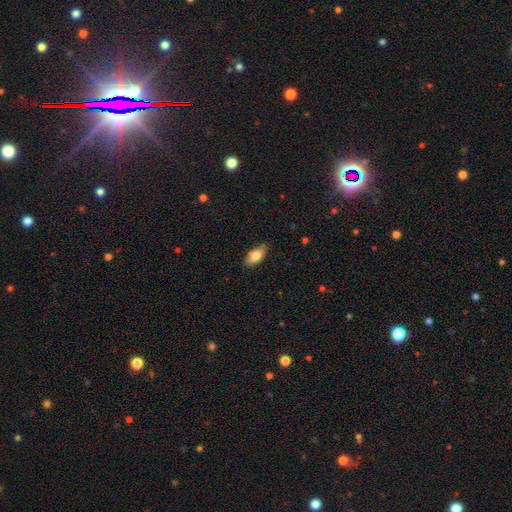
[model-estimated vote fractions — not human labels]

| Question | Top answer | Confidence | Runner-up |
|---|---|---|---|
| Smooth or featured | smooth | 79% | featured or disk (14%) |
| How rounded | in between | 88% | cigar-shaped (9%) |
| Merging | none | 78% | minor disturbance (18%) |